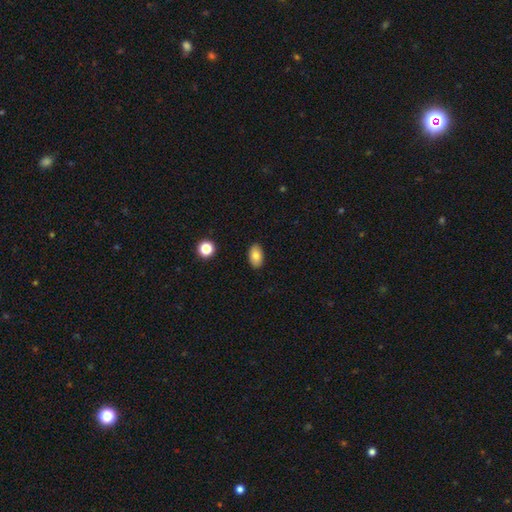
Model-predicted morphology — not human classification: smooth 83%, featured or disk 9%, star or artifact 8%. Down the decision tree: how rounded — in between (91%); merging — none (88%).